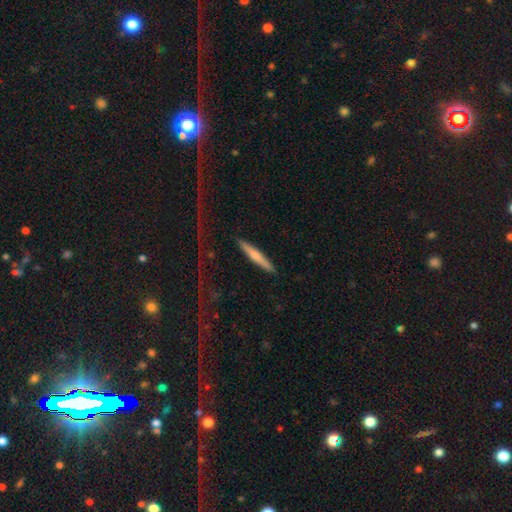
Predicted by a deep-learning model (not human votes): Smooth or featured? smooth (57%)
How rounded? cigar-shaped (94%)
Merging? none (85%)